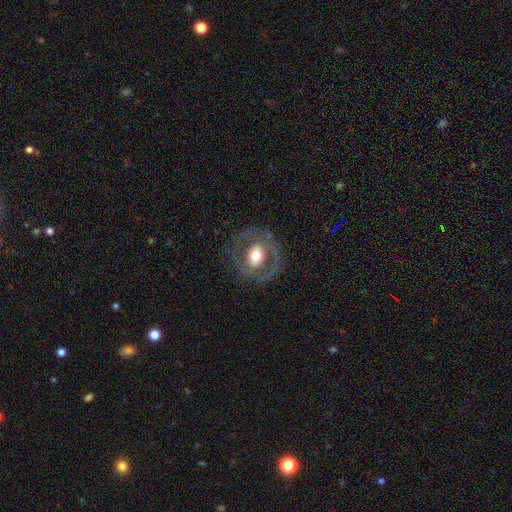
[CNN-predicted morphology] type=featured or disk (67%); edge-on=no (95%); bar=no (47%); spiral arms=yes (53%); bulge=moderate (65%); merging=none (77%).